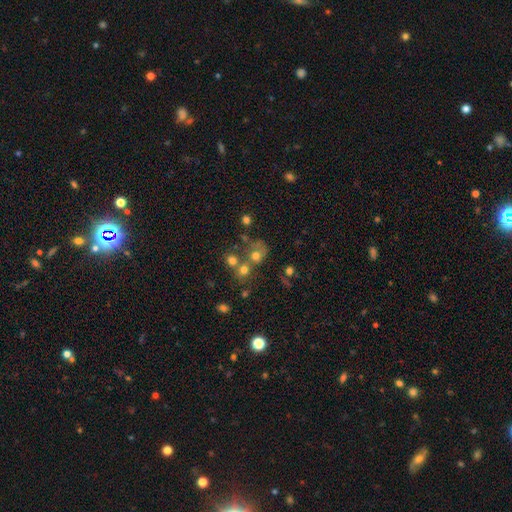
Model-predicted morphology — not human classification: The model was most divided on "merging": merger: 44%, none: 37%, minor disturbance: 10%, major disturbance: 9%. More confident: how rounded — round (74%); smooth or featured — smooth (60%).